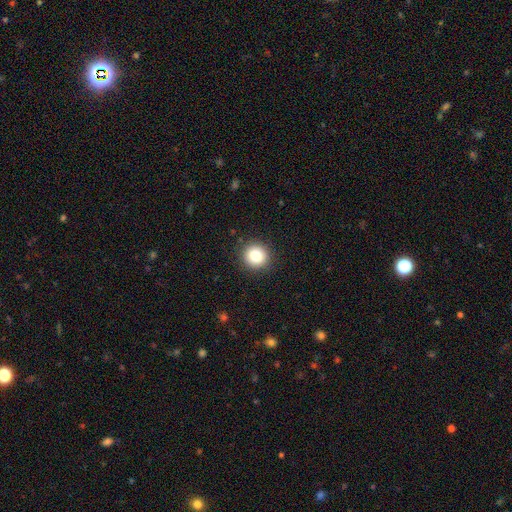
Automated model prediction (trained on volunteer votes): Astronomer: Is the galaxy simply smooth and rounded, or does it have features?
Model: smooth — 82%.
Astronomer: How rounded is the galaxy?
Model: round — 93%.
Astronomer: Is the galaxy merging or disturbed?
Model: none — 91%.